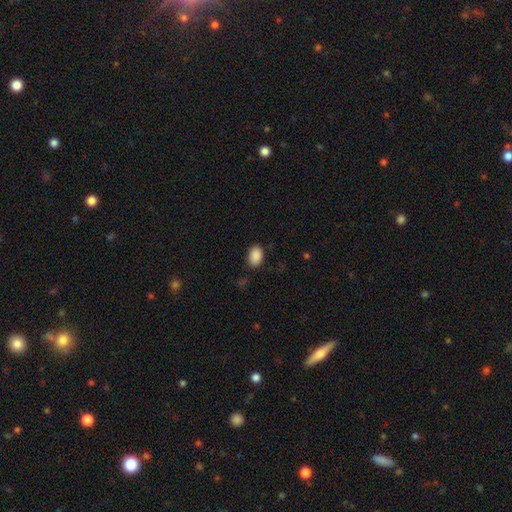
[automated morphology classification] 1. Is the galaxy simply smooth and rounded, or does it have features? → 89% smooth, 8% star or artifact, 3% featured or disk.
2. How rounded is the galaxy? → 86% in between, 13% round, 1% cigar-shaped.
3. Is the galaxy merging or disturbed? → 84% none, 12% minor disturbance, 3% major disturbance, 1% merger.